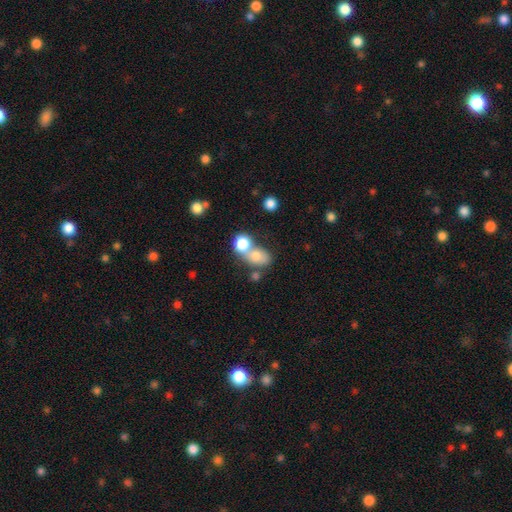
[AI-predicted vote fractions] Q: Smooth or featured?
A: smooth (74%); runner-up: featured or disk (15%)
Q: How rounded?
A: in between (51%); runner-up: round (48%)
Q: Merging?
A: merger (60%); runner-up: none (26%)